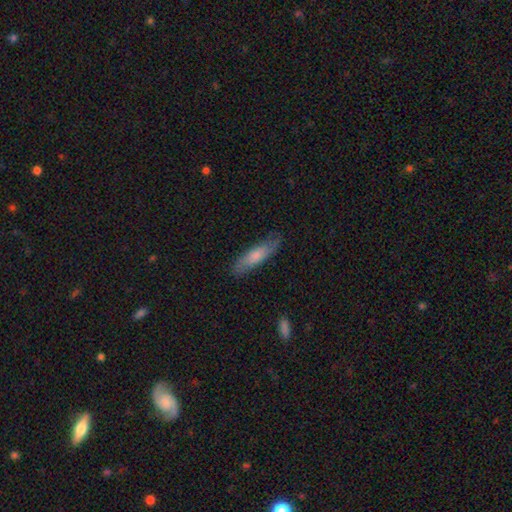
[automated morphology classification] A smooth galaxy with no disk features (67%) that is cigar-shaped (68%).

Vote fractions:
- Smooth or featured? smooth: 67% / featured or disk: 27% / star or artifact: 6%
- How rounded? cigar-shaped: 68% / in between: 30% / round: 2%
- Merging? none: 80% / minor disturbance: 16% / major disturbance: 3% / merger: 1%